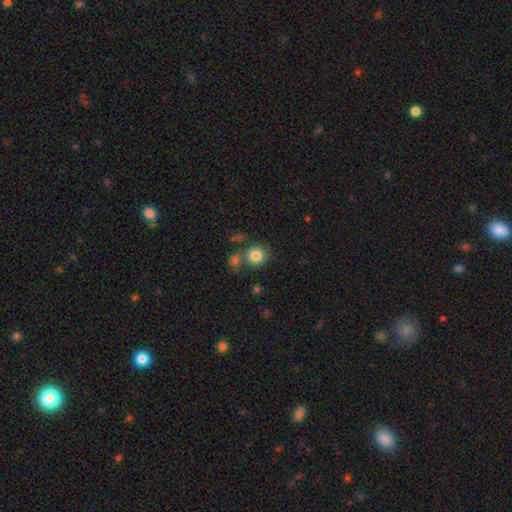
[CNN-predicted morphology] The model was most divided on "merging": none: 67%, merger: 20%, minor disturbance: 10%, major disturbance: 4%. More confident: how rounded — round (89%); smooth or featured — smooth (82%).